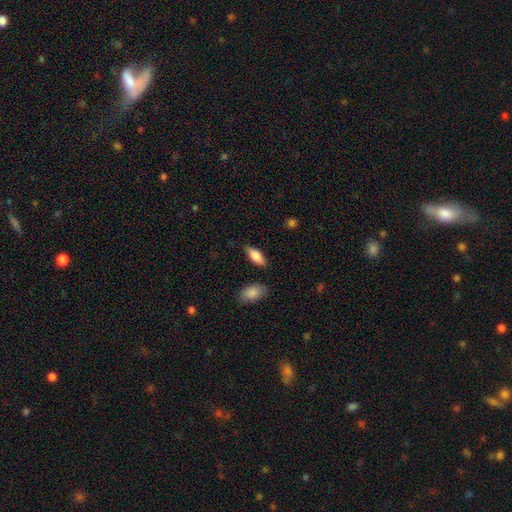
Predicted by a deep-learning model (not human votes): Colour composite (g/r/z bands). It shows a smooth galaxy with no disk features (77%) that is in between round and cigar-shaped (75%). Merging: none (77%).